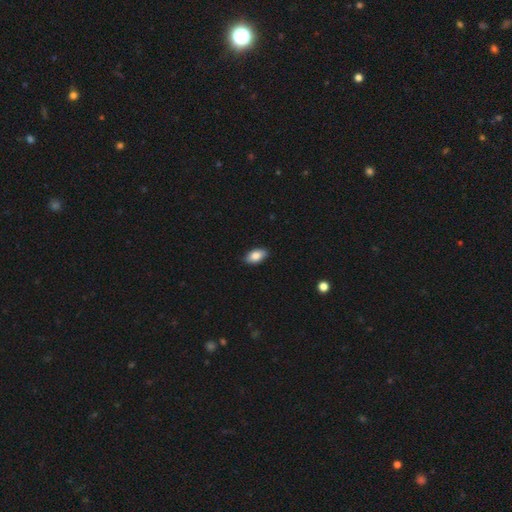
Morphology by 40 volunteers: Smooth or featured: smooth — 78% (star or artifact — 12%)
How rounded: in between — 90% (round — 10%)
Merging: none — 86% (minor disturbance — 6%)